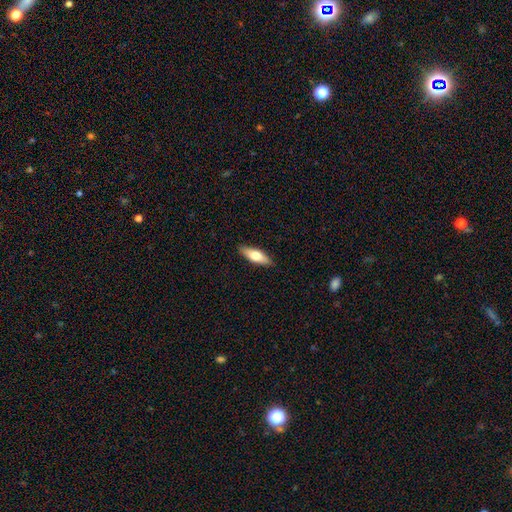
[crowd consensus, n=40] A smooth galaxy with no disk features (65%) that is in between round and cigar-shaped (58%).

Vote fractions:
- Smooth or featured? smooth: 65% / featured or disk: 32% / star or artifact: 2%
- How rounded? in between: 58% / cigar-shaped: 42% / round: 0%
- Merging? none: 97% / minor disturbance: 3% / major disturbance: 0% / merger: 0%